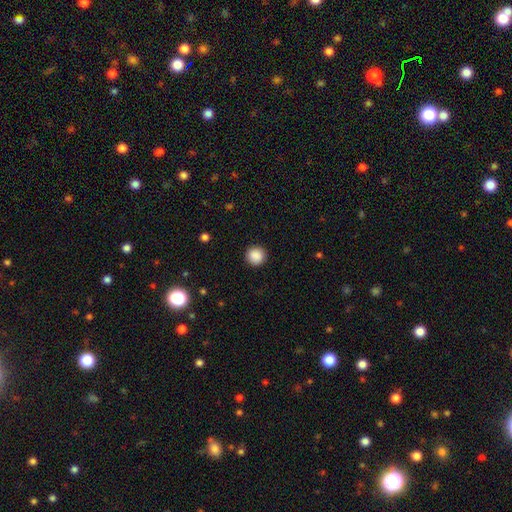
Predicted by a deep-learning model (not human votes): A smooth galaxy with no disk features (89%) that is round (95%). Merging: none (92%).